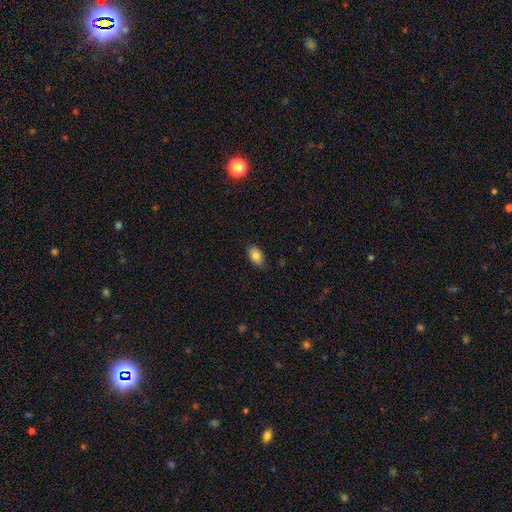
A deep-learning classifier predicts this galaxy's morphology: Overall: smooth (82%). How rounded: in between (91%). Merging: none (82%).